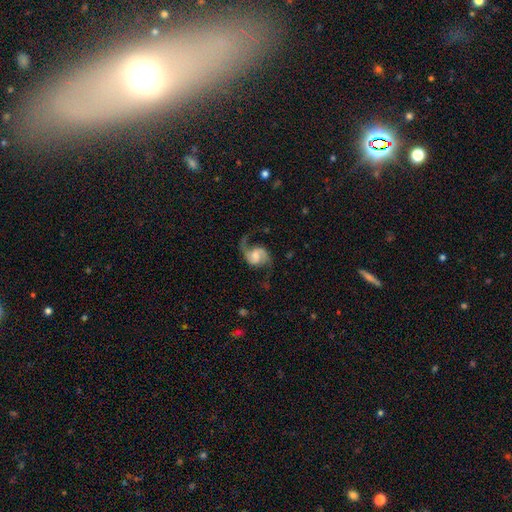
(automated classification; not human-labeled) Smooth or featured?
  - featured or disk: 85% *
  - smooth: 9%
  - star or artifact: 6%
Edge-on disk?
  - no: 98% *
  - yes: 2%
Bar?
  - no: 51% *
  - weak: 39%
  - strong: 10%
Spiral arms?
  - yes: 96% *
  - no: 4%
Spiral winding?
  - loose: 58% *
  - medium: 35%
  - tight: 7%
Spiral arm count?
  - 2: 89% *
  - 1: 6%
  - can't tell: 2%
  - 3: 1%
  - 4: 1%
  - more than 4: 1%
Bulge size?
  - moderate: 45% *
  - small: 30%
  - large: 13%
  - none: 9%
  - dominant: 2%
Merging?
  - none: 67% *
  - minor disturbance: 17%
  - major disturbance: 15%
  - merger: 2%